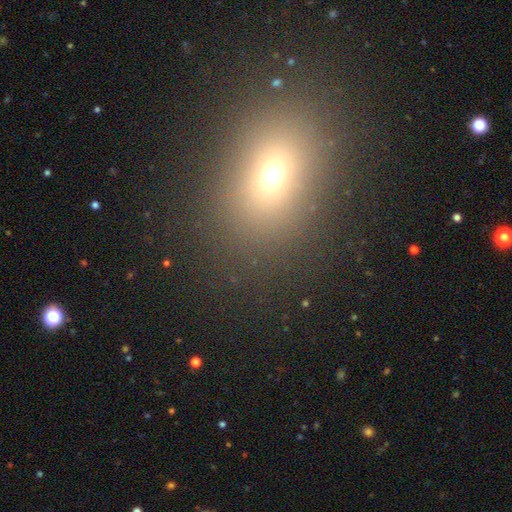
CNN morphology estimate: This is possibly a smooth galaxy (58%). How rounded: possibly in between (52%). Merging: clearly none (86%).